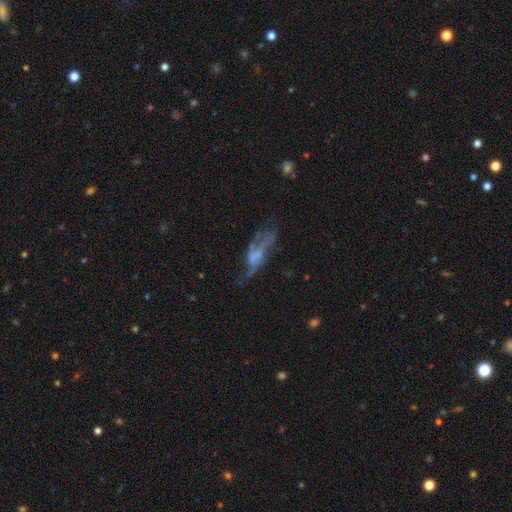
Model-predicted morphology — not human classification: A featured or disk galaxy (57%). Merging: major disturbance (42%).